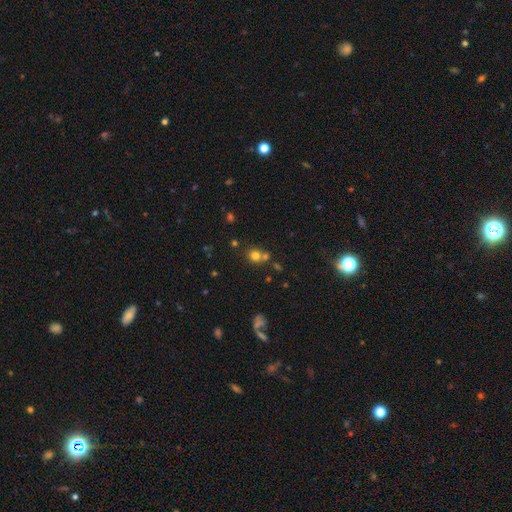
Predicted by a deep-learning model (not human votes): Overall: smooth (74%). How rounded: round (86%). Merging: none (60%; merger 29%).